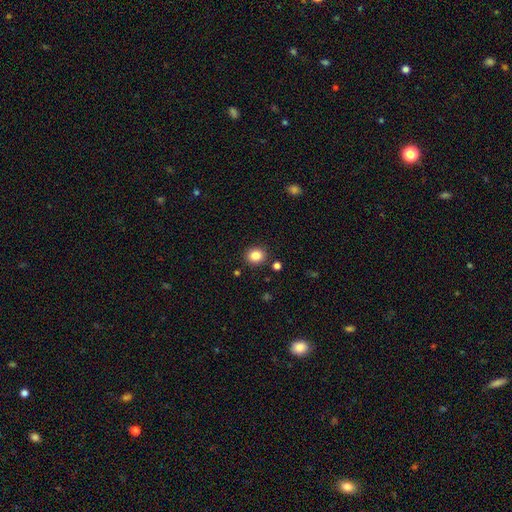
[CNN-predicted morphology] Smooth or featured: smooth — 84% (star or artifact — 11%)
How rounded: round — 77% (in between — 22%)
Merging: none — 88% (minor disturbance — 7%)